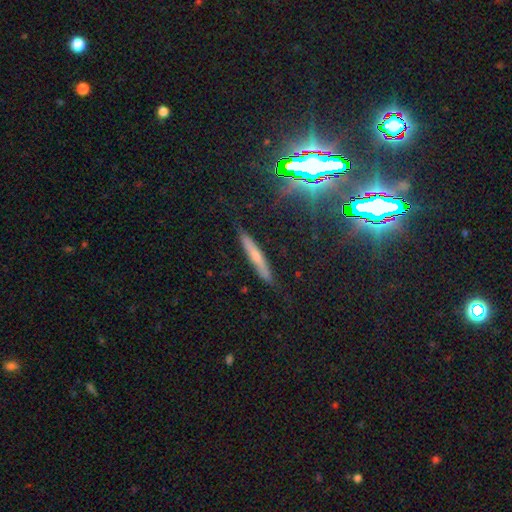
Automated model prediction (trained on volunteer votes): This appears to be a smooth galaxy with no disk features (48%). Merging: none (85%).